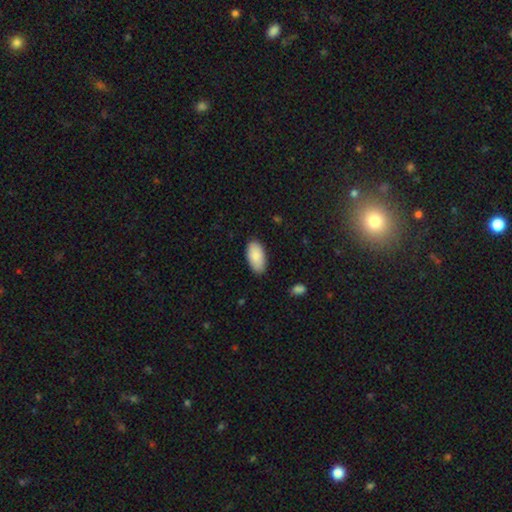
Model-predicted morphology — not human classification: Smooth or featured? Predicted: smooth (p=0.87). How rounded? Predicted: in between (p=0.95). Merging? Predicted: none (p=0.86).